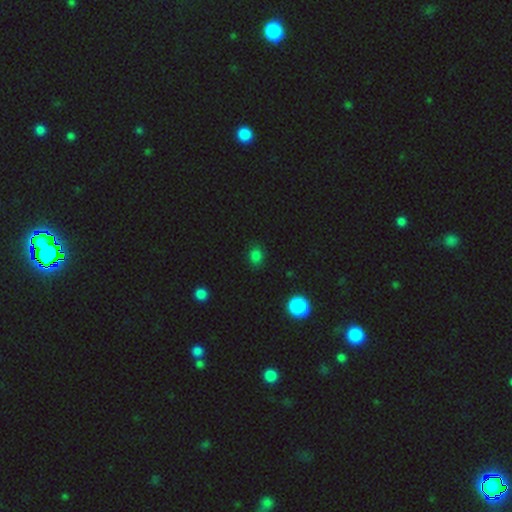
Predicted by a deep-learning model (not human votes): A smooth galaxy with no disk features (79%) that is round (55%).

Vote fractions:
- Smooth or featured? smooth: 79% / star or artifact: 17% / featured or disk: 4%
- How rounded? round: 55% / in between: 43% / cigar-shaped: 1%
- Merging? none: 84% / minor disturbance: 11% / major disturbance: 3% / merger: 2%